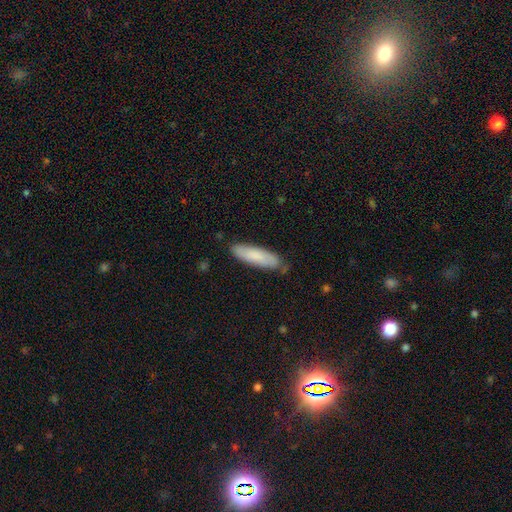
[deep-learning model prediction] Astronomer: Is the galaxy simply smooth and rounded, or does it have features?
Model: smooth — 80%.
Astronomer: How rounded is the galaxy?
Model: cigar-shaped — 63%.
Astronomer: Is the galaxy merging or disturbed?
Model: none — 77%.